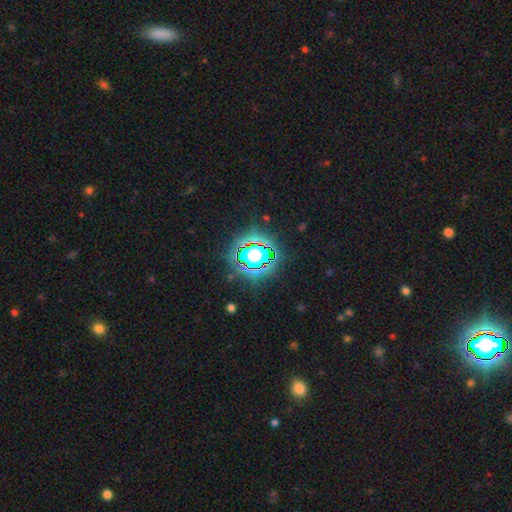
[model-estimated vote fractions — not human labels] This appears to be a star or artifact, not a galaxy (75%).